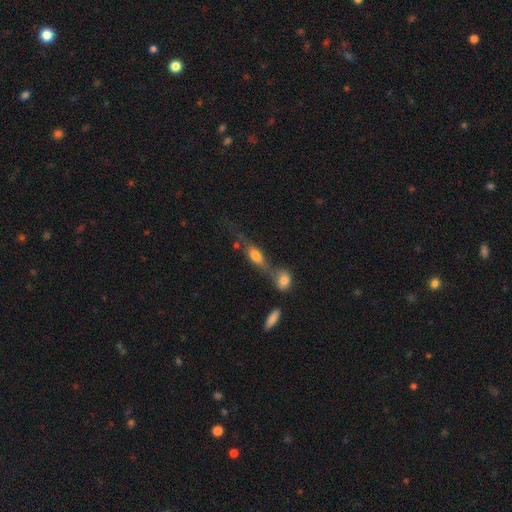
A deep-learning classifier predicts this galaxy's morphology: Smooth or featured?
  - smooth: 59% *
  - featured or disk: 31%
  - star or artifact: 9%
How rounded?
  - in between: 60% *
  - cigar-shaped: 31%
  - round: 9%
Merging?
  - merger: 47% *
  - none: 30%
  - minor disturbance: 12%
  - major disturbance: 11%